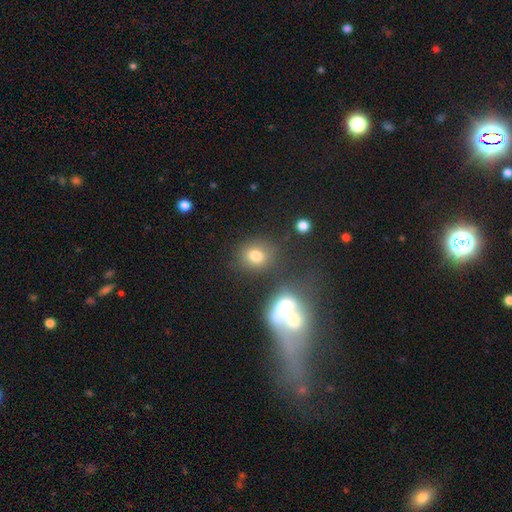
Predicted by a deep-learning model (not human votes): Morphology: type=smooth (78%); roundness=round (62%); merging=none (71%).